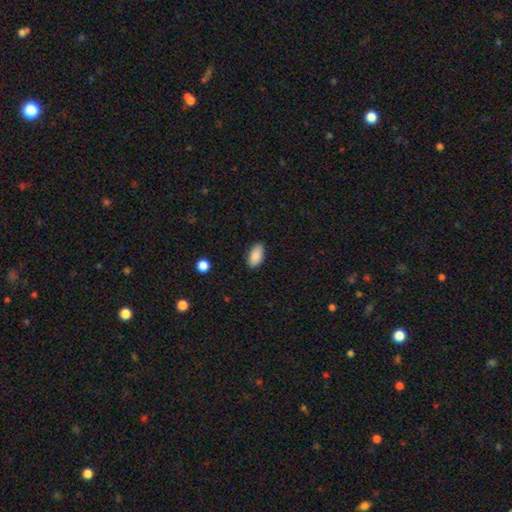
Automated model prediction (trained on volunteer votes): Smooth or featured? smooth (89%)
How rounded? in between (93%)
Merging? none (87%)